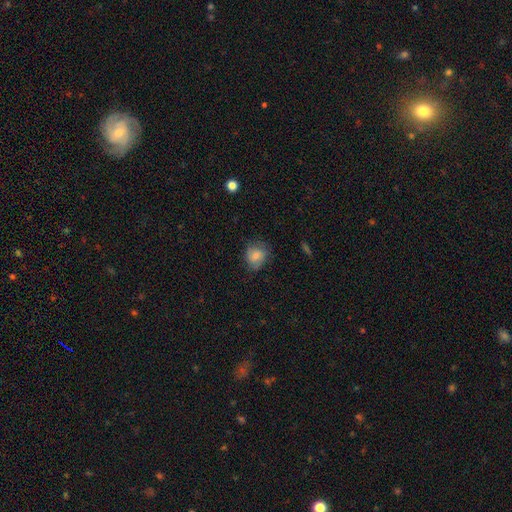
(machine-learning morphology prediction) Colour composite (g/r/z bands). It shows a smooth galaxy with no disk features (78%) that is round (61%). Merging: none (66%).